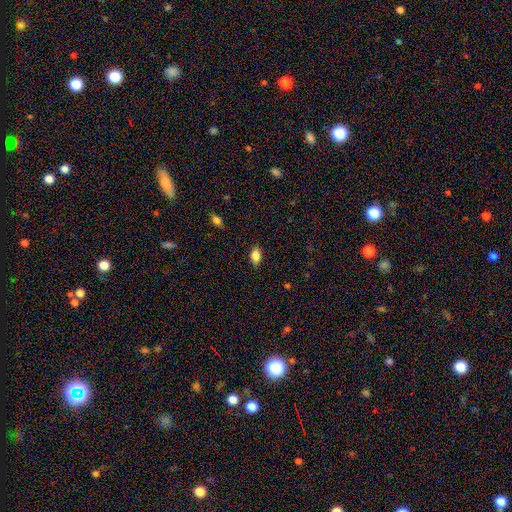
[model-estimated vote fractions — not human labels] Smooth or featured? Predicted: smooth (p=0.84). How rounded? Predicted: in between (p=0.86). Merging? Predicted: none (p=0.84).